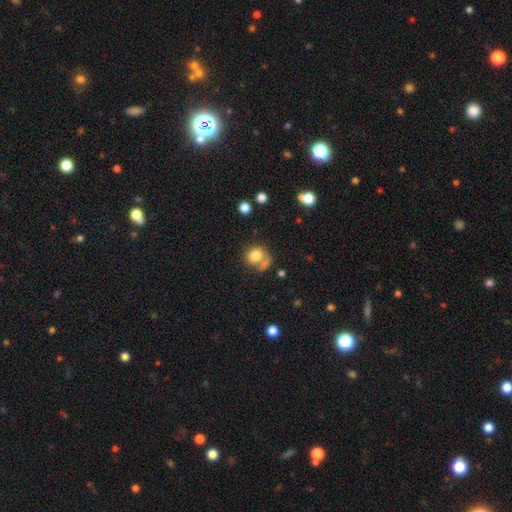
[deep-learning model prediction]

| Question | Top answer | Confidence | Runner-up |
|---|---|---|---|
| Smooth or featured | smooth | 77% | featured or disk (14%) |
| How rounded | round | 73% | in between (26%) |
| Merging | none | 41% | merger (29%) |